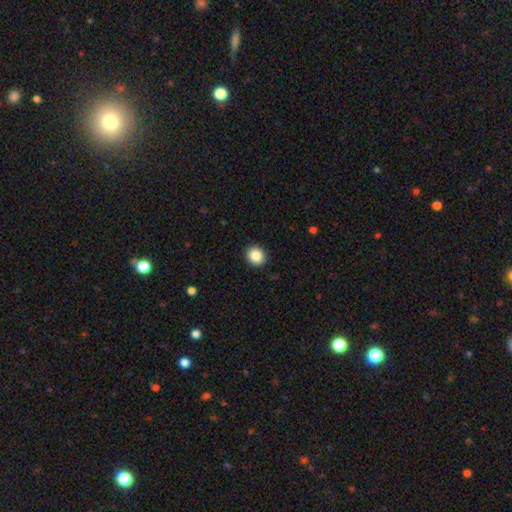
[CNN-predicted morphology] Smooth or featured? smooth (87%)
How rounded? round (83%)
Merging? none (92%)